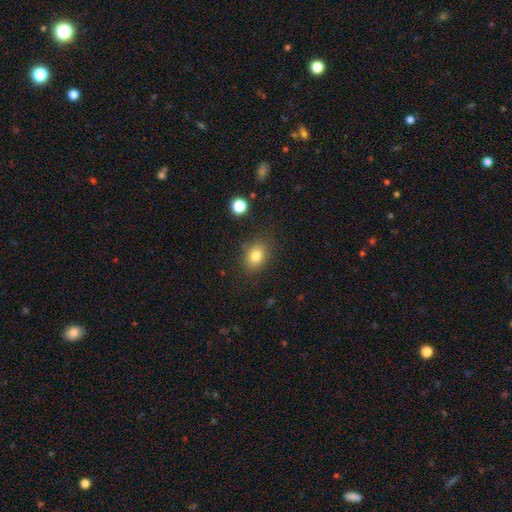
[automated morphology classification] This appears to be a smooth galaxy with no disk features (80%) that is in between round and cigar-shaped (59%). Merging: none (82%).